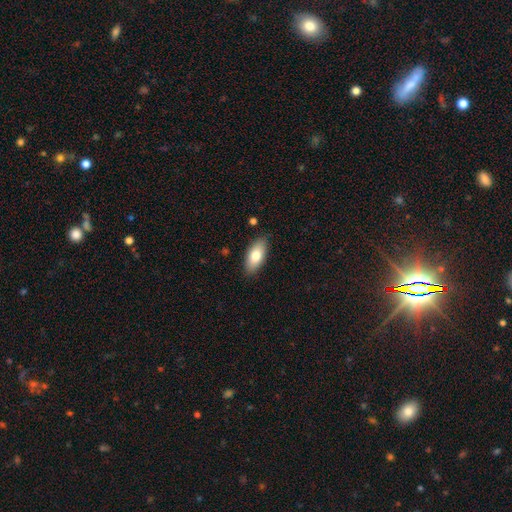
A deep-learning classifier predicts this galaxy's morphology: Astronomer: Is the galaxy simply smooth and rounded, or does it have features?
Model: smooth — 77%.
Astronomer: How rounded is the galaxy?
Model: in between — 87%.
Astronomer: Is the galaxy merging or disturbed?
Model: none — 85%.